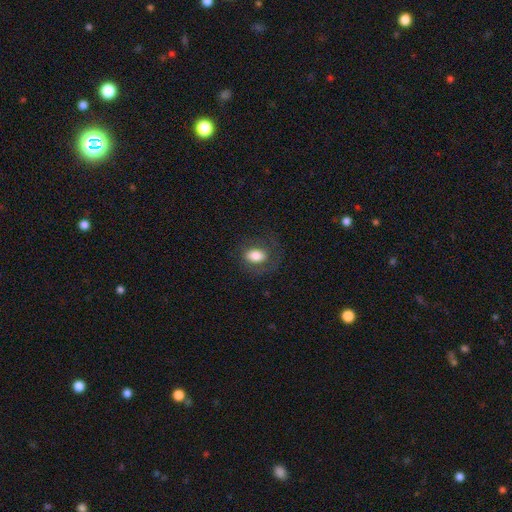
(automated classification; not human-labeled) This is likely a smooth galaxy (73%). How rounded: likely in between (73%). Merging: likely none (66%).